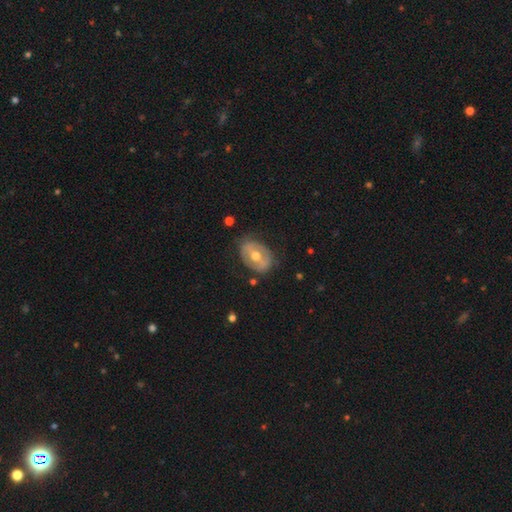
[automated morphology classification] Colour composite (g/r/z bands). It shows a featured or disk galaxy (59%) with no bar (39%), no spiral arms (72%) and a moderate central bulge (78%). Merging: none (75%).